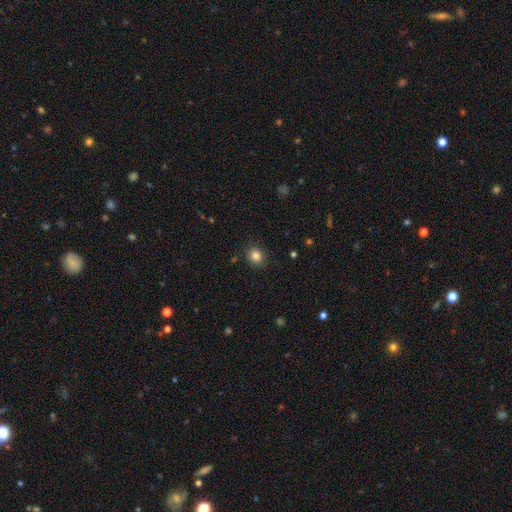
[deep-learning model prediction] Smooth or featured? Predicted: smooth (p=0.84). How rounded? Predicted: round (p=0.70). Merging? Predicted: none (p=0.87).